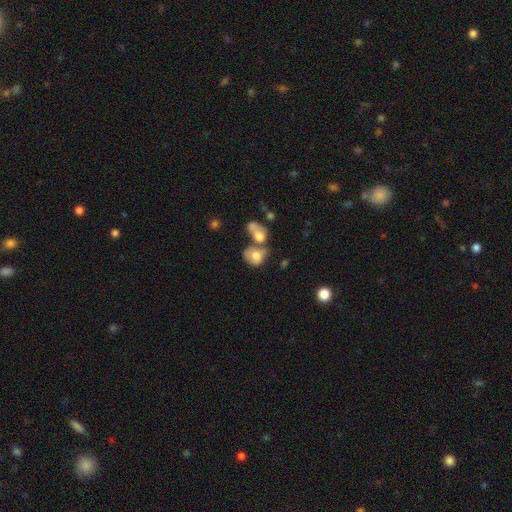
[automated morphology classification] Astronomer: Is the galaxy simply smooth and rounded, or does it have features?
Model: smooth — 67%.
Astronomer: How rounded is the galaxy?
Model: in between — 51% (runner-up: round, 48%).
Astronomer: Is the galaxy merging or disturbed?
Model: merger — 57%.